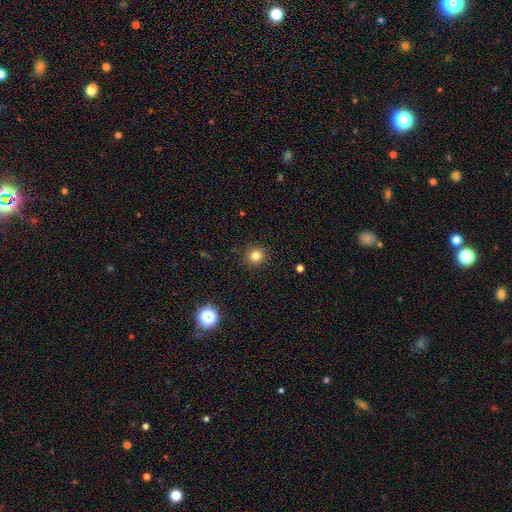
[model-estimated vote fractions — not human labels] A smooth galaxy with no disk features (81%) that is round (94%).

Vote fractions:
- Smooth or featured? smooth: 81% / star or artifact: 14% / featured or disk: 6%
- How rounded? round: 94% / in between: 6% / cigar-shaped: 1%
- Merging? none: 91% / minor disturbance: 6% / major disturbance: 2% / merger: 1%